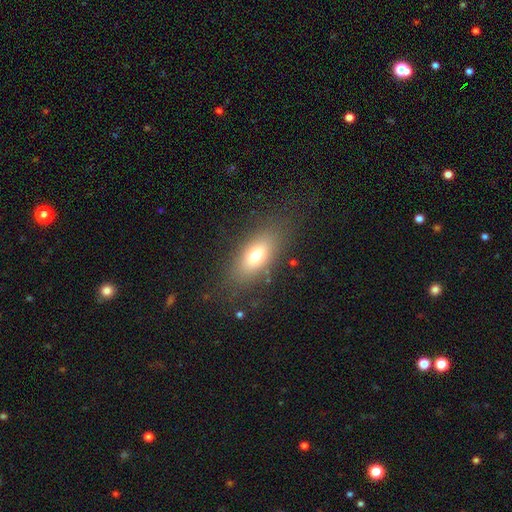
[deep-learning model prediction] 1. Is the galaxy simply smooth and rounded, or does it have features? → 71% smooth, 19% featured or disk, 10% star or artifact.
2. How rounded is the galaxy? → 81% in between, 13% cigar-shaped, 6% round.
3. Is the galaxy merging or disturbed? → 80% none, 12% minor disturbance, 6% major disturbance, 1% merger.